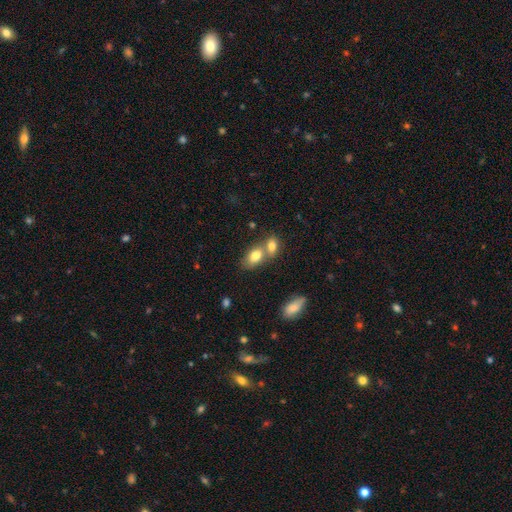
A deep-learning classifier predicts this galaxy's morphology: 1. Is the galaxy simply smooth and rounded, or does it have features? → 79% smooth, 12% featured or disk, 8% star or artifact.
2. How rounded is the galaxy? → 86% in between, 12% round, 2% cigar-shaped.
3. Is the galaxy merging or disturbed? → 55% merger, 33% none, 9% minor disturbance, 3% major disturbance.